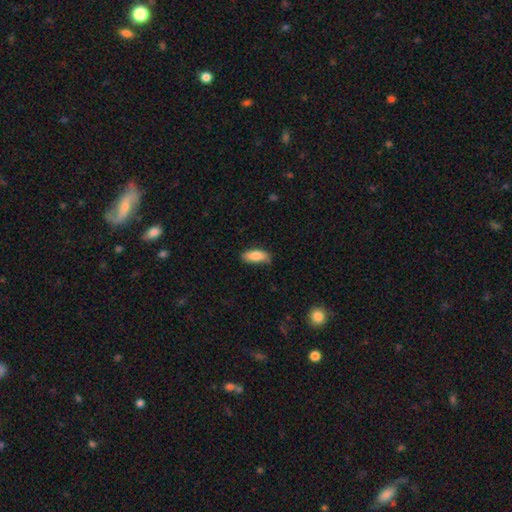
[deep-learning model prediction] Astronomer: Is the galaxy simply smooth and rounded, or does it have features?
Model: smooth — 85%.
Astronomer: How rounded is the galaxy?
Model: in between — 81%.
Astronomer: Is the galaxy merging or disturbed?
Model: none — 73%.